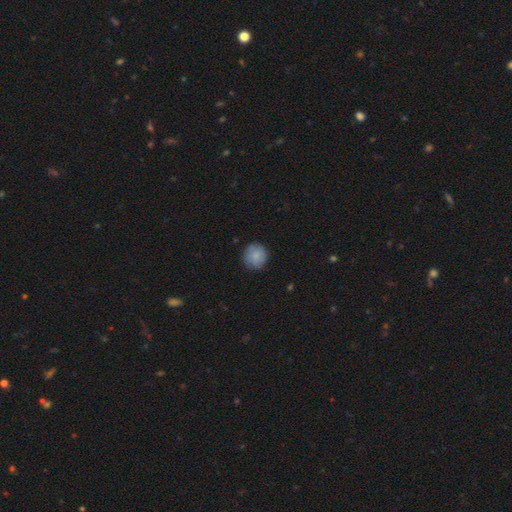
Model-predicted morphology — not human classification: Q: Smooth or featured?
A: smooth (86%); runner-up: featured or disk (7%)
Q: How rounded?
A: round (90%); runner-up: in between (9%)
Q: Merging?
A: none (85%); runner-up: minor disturbance (12%)